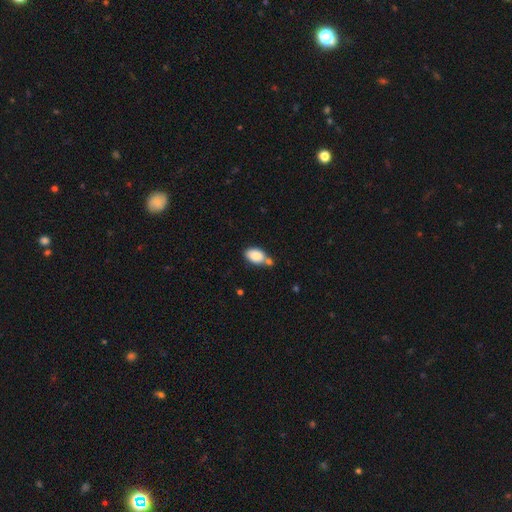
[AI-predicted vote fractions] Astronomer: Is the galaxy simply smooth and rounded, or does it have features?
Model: smooth — 87%.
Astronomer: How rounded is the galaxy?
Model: in between — 90%.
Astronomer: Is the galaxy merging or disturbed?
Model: none — 54%.